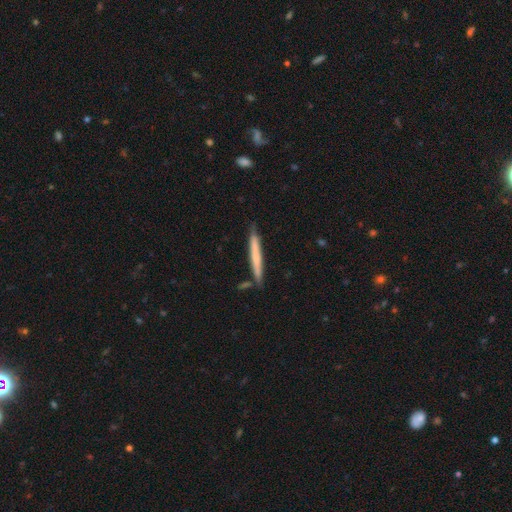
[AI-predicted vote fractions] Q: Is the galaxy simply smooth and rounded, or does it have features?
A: smooth — 60%.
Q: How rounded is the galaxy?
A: cigar-shaped — 96%.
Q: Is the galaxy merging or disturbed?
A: none — 81%.